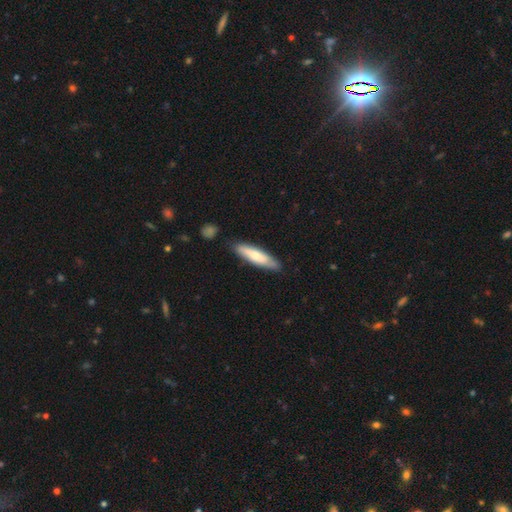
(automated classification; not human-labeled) This appears to be a smooth galaxy with no disk features (65%) that is cigar-shaped (74%). Merging: none (81%).